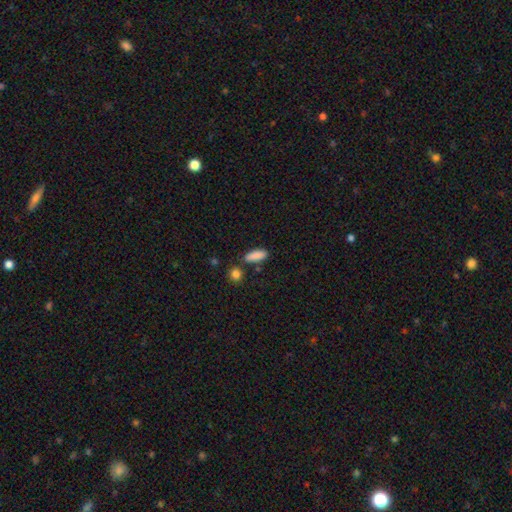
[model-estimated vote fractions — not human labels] Smooth or featured?
  - smooth: 87% *
  - star or artifact: 7%
  - featured or disk: 5%
How rounded?
  - in between: 70% *
  - cigar-shaped: 27%
  - round: 3%
Merging?
  - none: 75% *
  - minor disturbance: 14%
  - merger: 8%
  - major disturbance: 3%